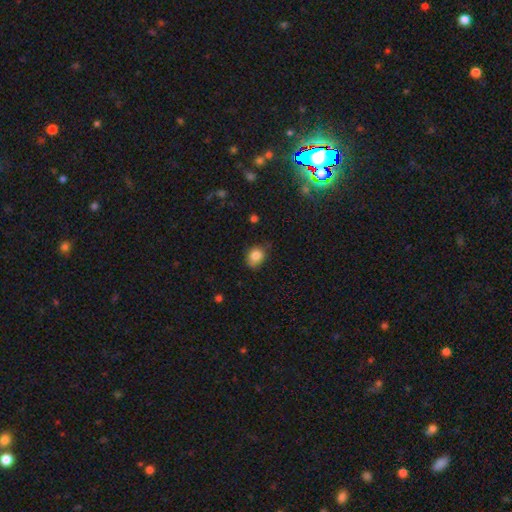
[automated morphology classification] This is clearly a smooth galaxy (82%). How rounded: possibly round (50%). Merging: likely none (70%).